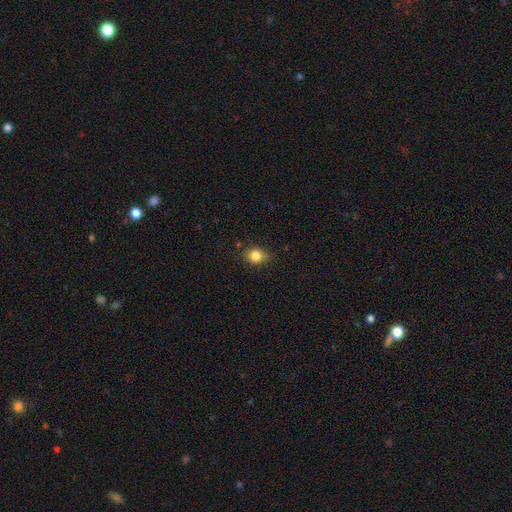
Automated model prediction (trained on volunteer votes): A smooth galaxy with no disk features (83%) that is round (69%).

Vote fractions:
- Smooth or featured? smooth: 83% / star or artifact: 11% / featured or disk: 6%
- How rounded? round: 69% / in between: 30% / cigar-shaped: 1%
- Merging? none: 74% / minor disturbance: 20% / major disturbance: 4% / merger: 2%